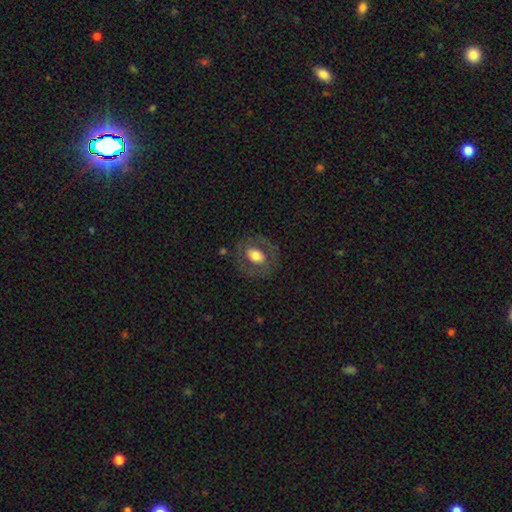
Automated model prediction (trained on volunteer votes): A smooth galaxy with no disk features (53%) that is in between round and cigar-shaped (55%).

Vote fractions:
- Smooth or featured? smooth: 53% / featured or disk: 40% / star or artifact: 8%
- How rounded? in between: 55% / round: 43% / cigar-shaped: 1%
- Merging? none: 76% / minor disturbance: 14% / major disturbance: 9% / merger: 1%